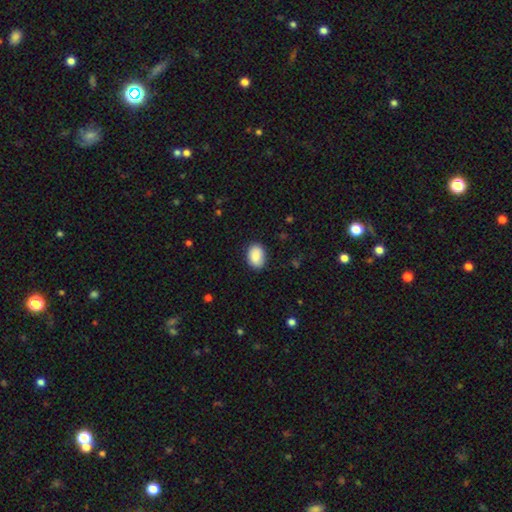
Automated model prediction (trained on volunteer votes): This is clearly a smooth galaxy (90%). How rounded: clearly in between (82%). Merging: clearly none (85%).